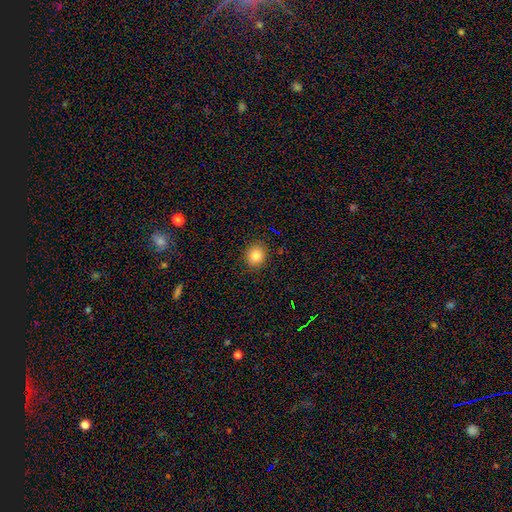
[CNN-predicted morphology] This is clearly a smooth galaxy (84%). How rounded: likely round (78%). Merging: clearly none (90%).